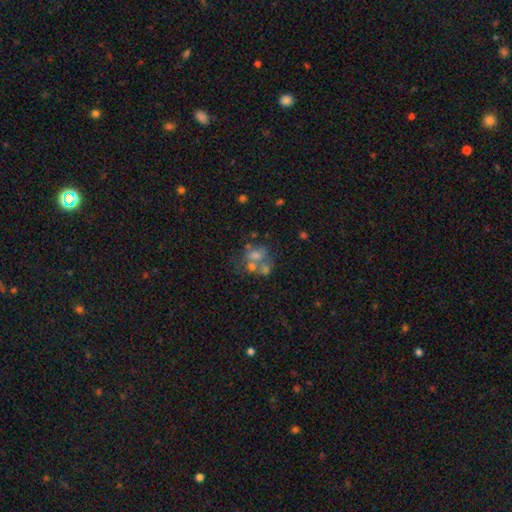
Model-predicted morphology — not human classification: Smooth or featured: smooth — 40% (featured or disk — 39%)
Merging: merger — 44% (none — 33%)